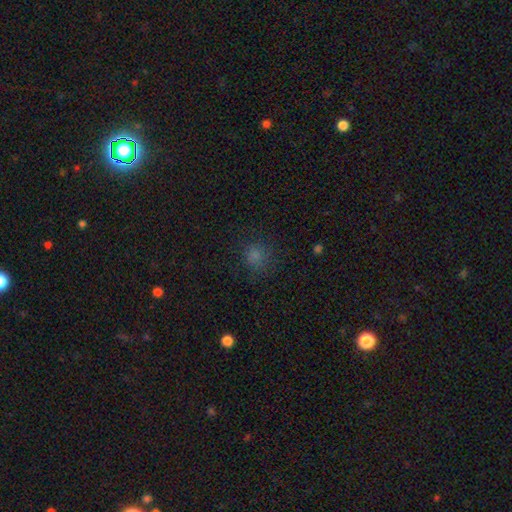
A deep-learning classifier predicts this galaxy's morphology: This appears to be a smooth galaxy with no disk features (77%) that is round (84%). Merging: none (79%).